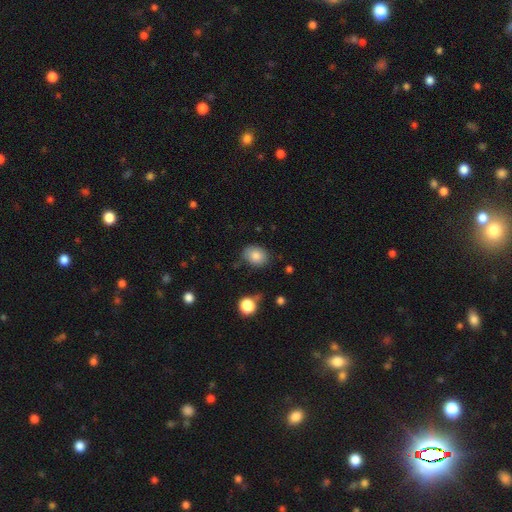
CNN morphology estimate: A smooth galaxy with no disk features (83%) that is in between round and cigar-shaped (59%).

Vote fractions:
- Smooth or featured? smooth: 83% / star or artifact: 9% / featured or disk: 8%
- How rounded? in between: 59% / round: 40% / cigar-shaped: 1%
- Merging? none: 77% / minor disturbance: 17% / major disturbance: 4% / merger: 2%